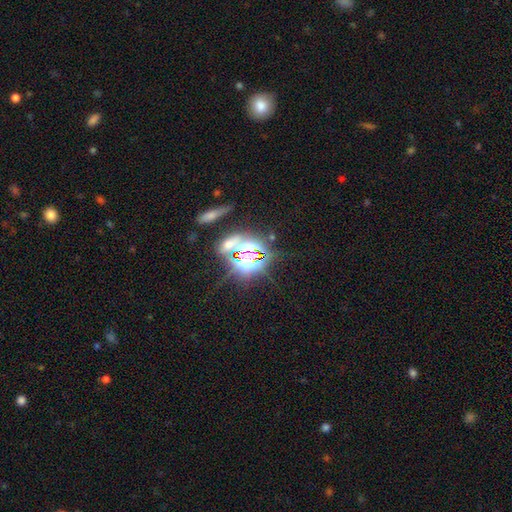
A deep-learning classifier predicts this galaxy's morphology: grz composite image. It shows a star or artifact, not a galaxy (76%).